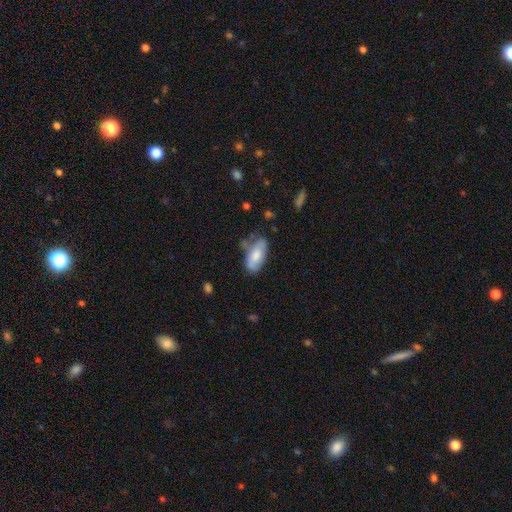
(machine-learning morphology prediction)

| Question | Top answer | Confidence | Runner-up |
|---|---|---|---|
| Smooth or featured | smooth | 72% | featured or disk (22%) |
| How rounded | in between | 89% | cigar-shaped (8%) |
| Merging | none | 55% | minor disturbance (29%) |